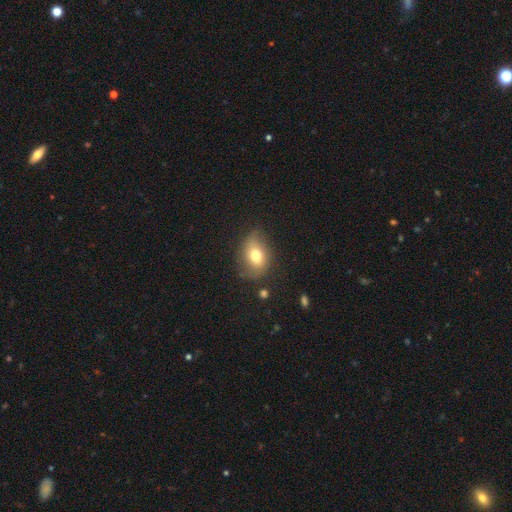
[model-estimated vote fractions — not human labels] Smooth or featured: smooth — 68% (featured or disk — 22%)
How rounded: in between — 71% (round — 27%)
Merging: none — 65% (minor disturbance — 24%)